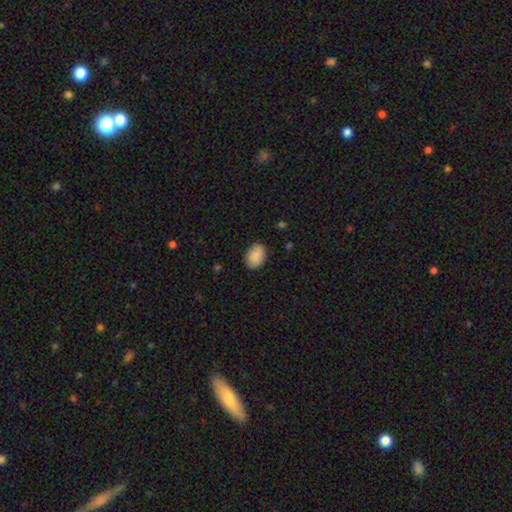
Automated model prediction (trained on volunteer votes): This is clearly a smooth galaxy (90%). How rounded: likely in between (75%). Merging: clearly none (87%).